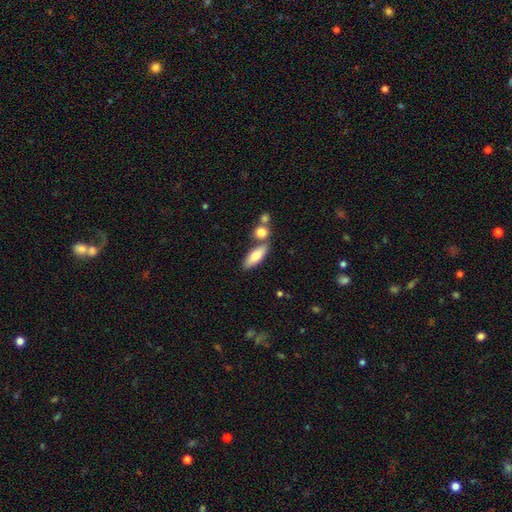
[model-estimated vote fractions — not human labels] This is likely a smooth galaxy (74%). How rounded: likely in between (66%). Merging: likely none (67%).